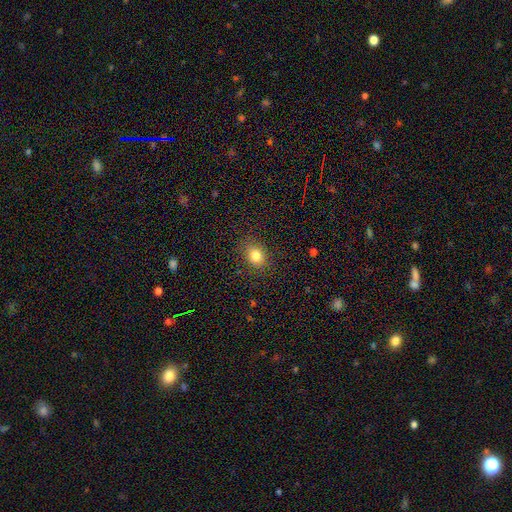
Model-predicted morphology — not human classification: This is clearly a smooth galaxy (82%). How rounded: possibly round (52%). Merging: clearly none (85%).